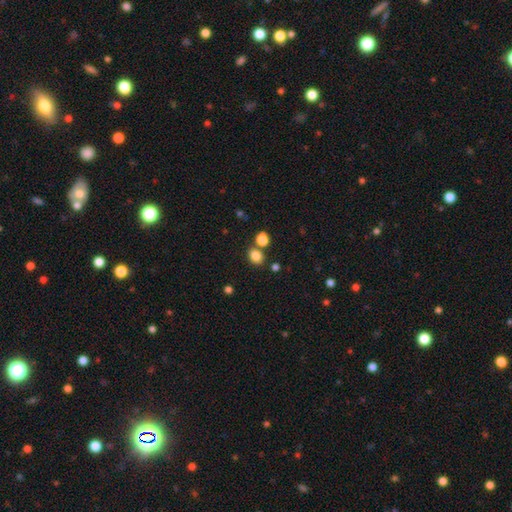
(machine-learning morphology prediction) Smooth or featured? Predicted: smooth (p=0.83). How rounded? Predicted: in between (p=0.50). Merging? Predicted: none (p=0.68).